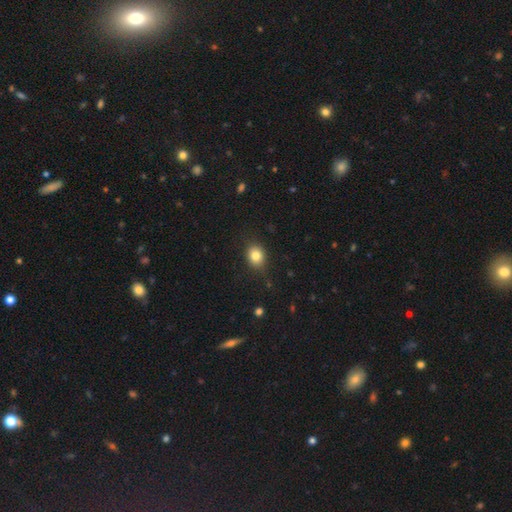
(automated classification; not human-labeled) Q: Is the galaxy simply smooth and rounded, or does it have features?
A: smooth — 82%.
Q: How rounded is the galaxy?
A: round — 54%.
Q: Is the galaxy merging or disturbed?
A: none — 83%.